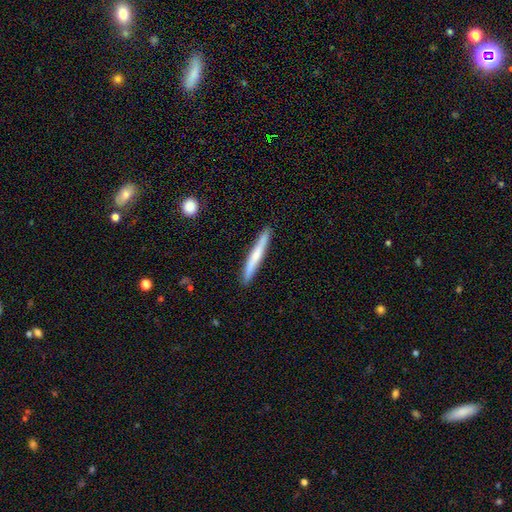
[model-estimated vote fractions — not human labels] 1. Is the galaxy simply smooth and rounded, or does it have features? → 57% smooth, 37% featured or disk, 6% star or artifact.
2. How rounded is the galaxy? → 96% cigar-shaped, 3% in between, 1% round.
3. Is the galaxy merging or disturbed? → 91% none, 7% minor disturbance, 1% major disturbance, 1% merger.